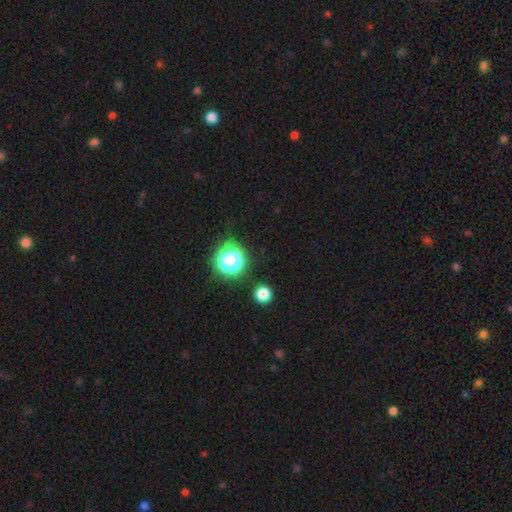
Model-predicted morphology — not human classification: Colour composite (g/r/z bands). It shows a star or artifact, not a galaxy (72%).